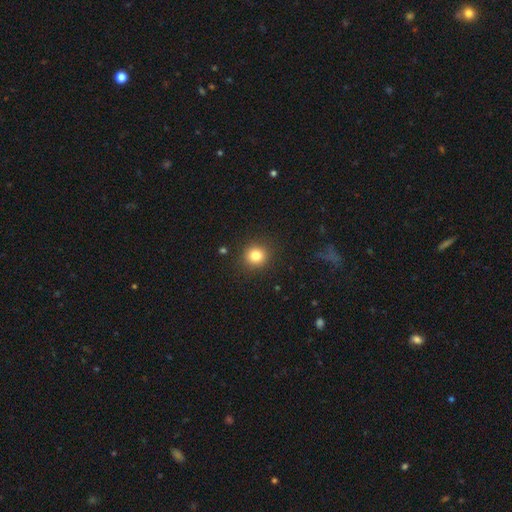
smooth-or-featured: smooth: 85% | star or artifact: 10% | featured or disk: 5%
  how-rounded: round: 88% | in between: 12% | cigar-shaped: 0%
  merging: none: 97% | major disturbance: 3% | minor disturbance: 0% | merger: 0%